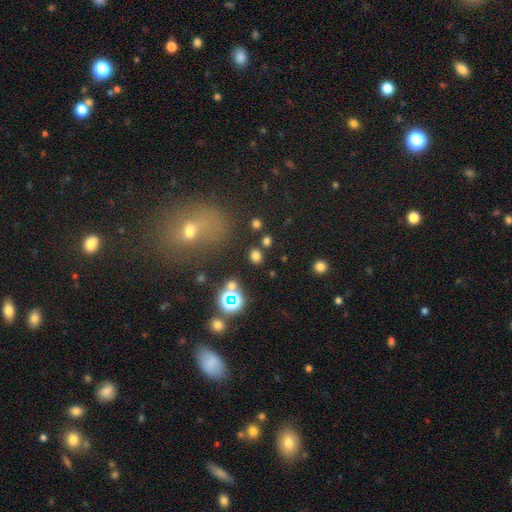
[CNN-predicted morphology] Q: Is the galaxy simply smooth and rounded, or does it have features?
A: smooth — 71%.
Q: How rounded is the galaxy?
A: round — 68%.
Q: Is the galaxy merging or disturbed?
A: none — 82%.